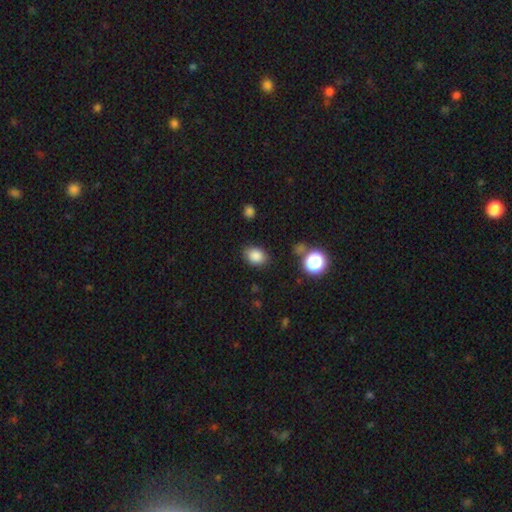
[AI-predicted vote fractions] smooth 85%, star or artifact 11%, featured or disk 5%. Down the decision tree: how rounded — in between (65%); merging — none (83%).